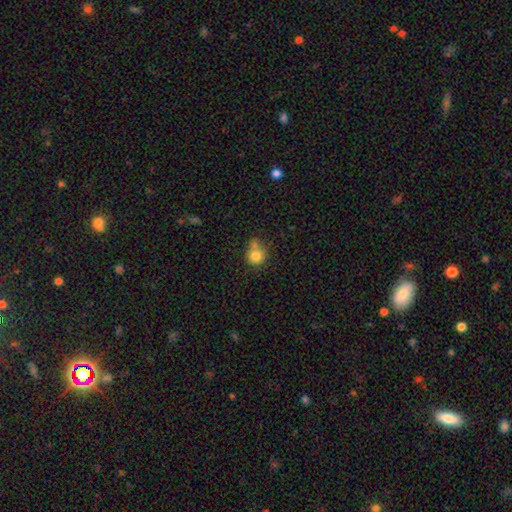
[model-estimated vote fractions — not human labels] Overall: smooth (81%). How rounded: round (86%). Merging: none (51%; merger 30%).